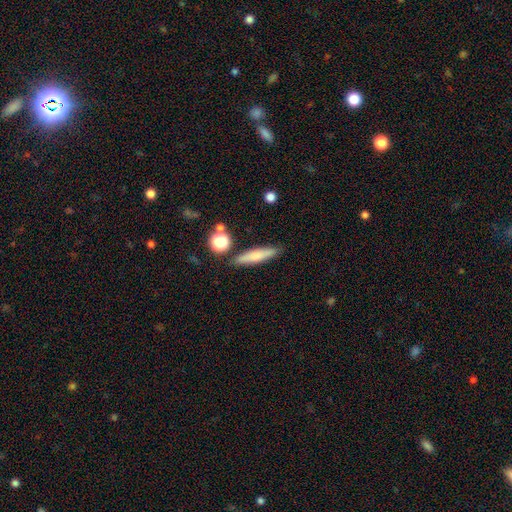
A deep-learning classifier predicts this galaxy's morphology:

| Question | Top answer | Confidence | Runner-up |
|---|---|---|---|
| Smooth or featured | smooth | 69% | featured or disk (23%) |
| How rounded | cigar-shaped | 82% | in between (15%) |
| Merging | none | 85% | minor disturbance (9%) |